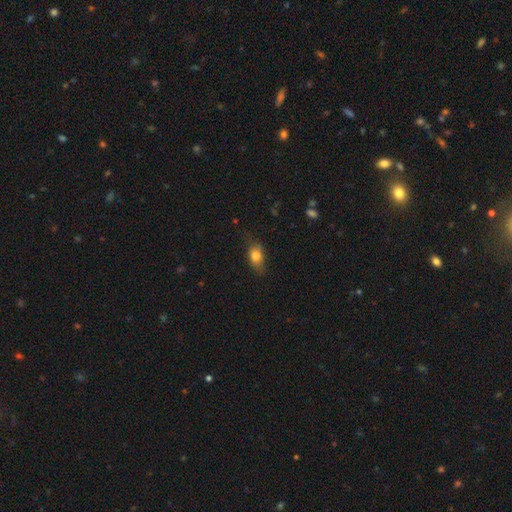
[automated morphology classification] A smooth galaxy with no disk features (77%) that is in between round and cigar-shaped (78%).

Vote fractions:
- Smooth or featured? smooth: 77% / featured or disk: 14% / star or artifact: 9%
- How rounded? in between: 78% / round: 16% / cigar-shaped: 7%
- Merging? none: 67% / minor disturbance: 25% / major disturbance: 7% / merger: 1%